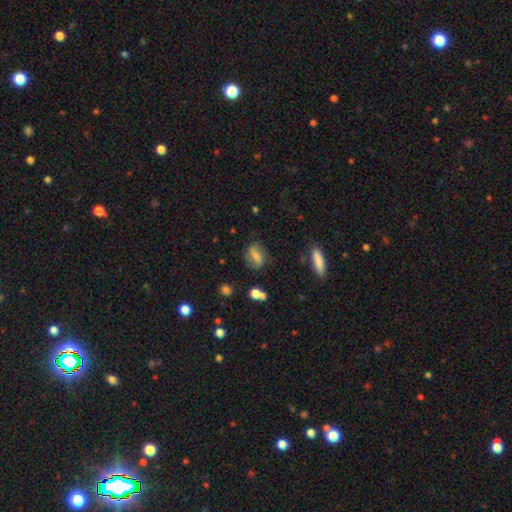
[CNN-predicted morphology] smooth-or-featured: smooth: 55% | featured or disk: 34% | star or artifact: 11%
  how-rounded: in between: 71% | round: 20% | cigar-shaped: 9%
  merging: none: 69% | minor disturbance: 20% | major disturbance: 8% | merger: 4%